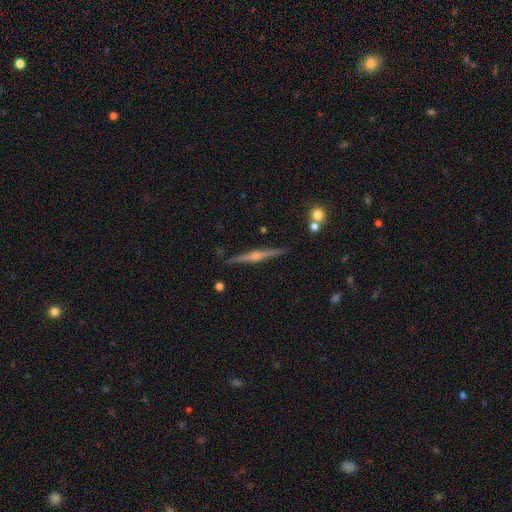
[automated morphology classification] A featured or disk galaxy (82%) viewed edge-on (98%) with a rounded central bulge (87%). Merging: none (91%).